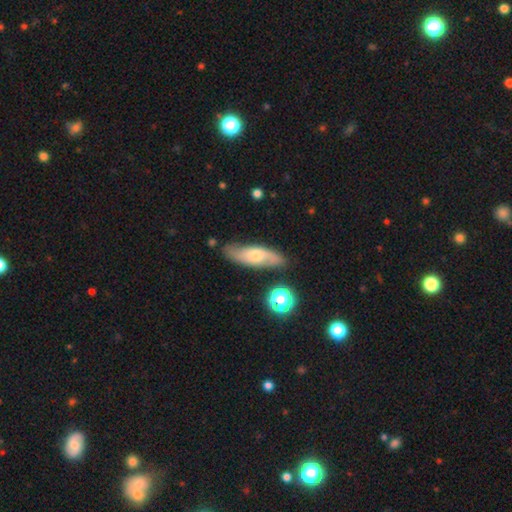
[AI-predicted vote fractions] A featured or disk galaxy (48%). Merging: none (77%).